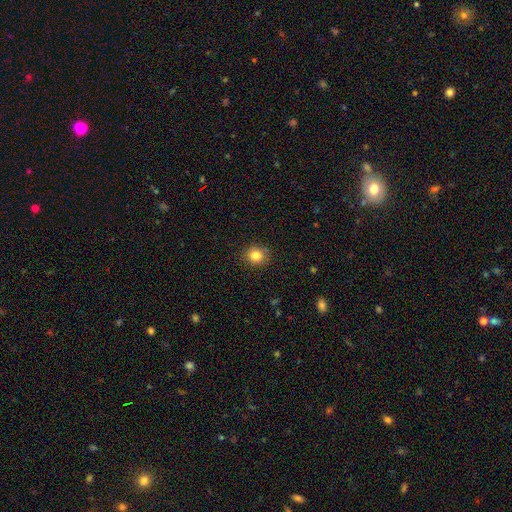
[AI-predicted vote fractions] A smooth galaxy with no disk features (84%) that is round (76%).

Vote fractions:
- Smooth or featured? smooth: 84% / star or artifact: 11% / featured or disk: 6%
- How rounded? round: 76% / in between: 23% / cigar-shaped: 1%
- Merging? none: 86% / minor disturbance: 10% / major disturbance: 2% / merger: 1%